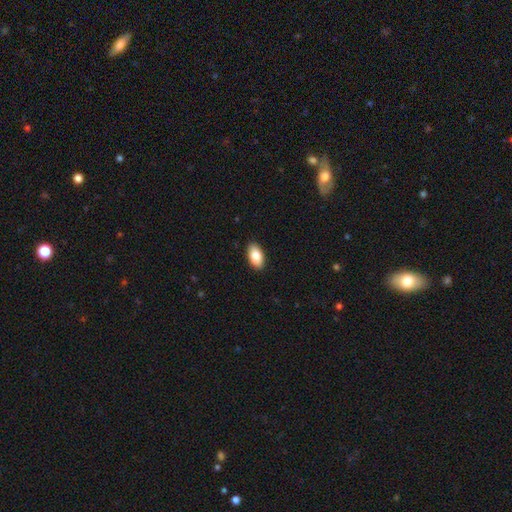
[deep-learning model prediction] Smooth or featured?
  - smooth: 86% *
  - featured or disk: 8%
  - star or artifact: 6%
How rounded?
  - in between: 94% *
  - round: 3%
  - cigar-shaped: 2%
Merging?
  - none: 90% *
  - minor disturbance: 8%
  - major disturbance: 2%
  - merger: 1%